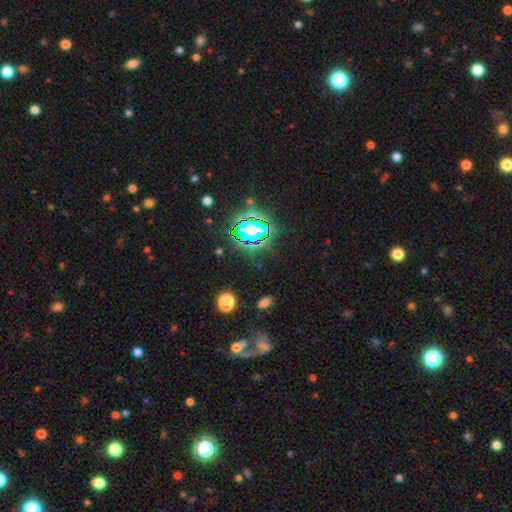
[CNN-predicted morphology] The model was most divided on "smooth or featured": star or artifact: 75%, smooth: 15%, featured or disk: 10%.